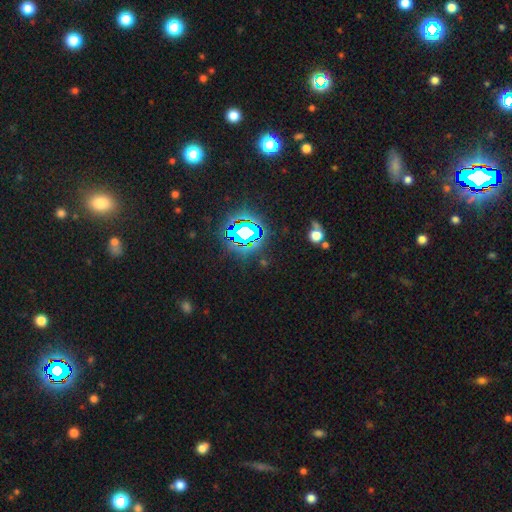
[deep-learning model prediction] smooth_or_featured: star or artifact (p=0.80) [alt: smooth p=0.13]